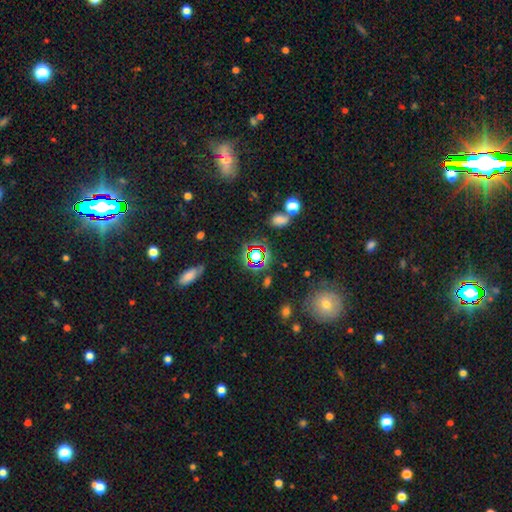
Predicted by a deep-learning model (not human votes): star or artifact 62%, smooth 27%, featured or disk 11%.